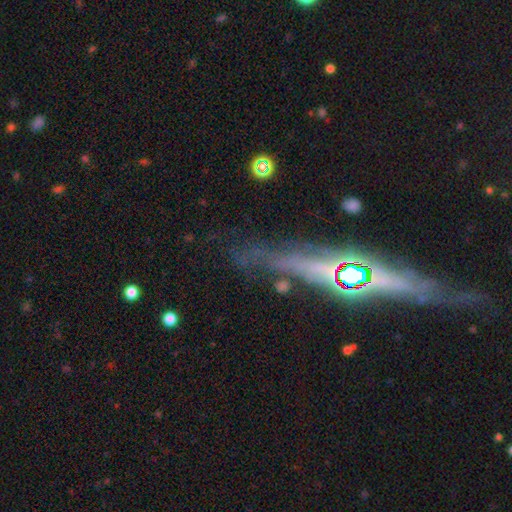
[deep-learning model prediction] Smooth or featured?
  - star or artifact: 44% *
  - featured or disk: 35%
  - smooth: 21%